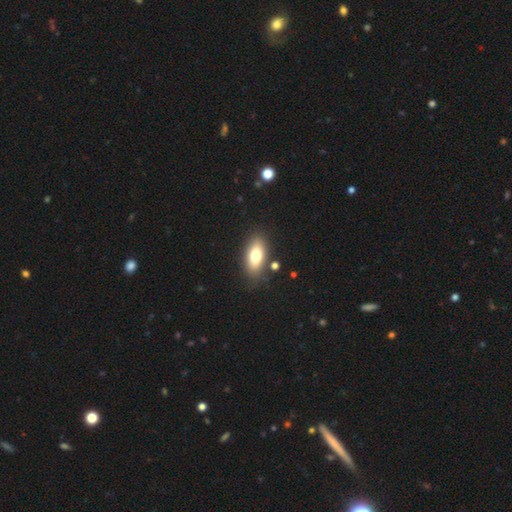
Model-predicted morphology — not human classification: A smooth galaxy with no disk features (75%) that is in between round and cigar-shaped (85%).

Vote fractions:
- Smooth or featured? smooth: 75% / featured or disk: 18% / star or artifact: 8%
- How rounded? in between: 85% / cigar-shaped: 11% / round: 4%
- Merging? none: 83% / minor disturbance: 10% / merger: 4% / major disturbance: 3%